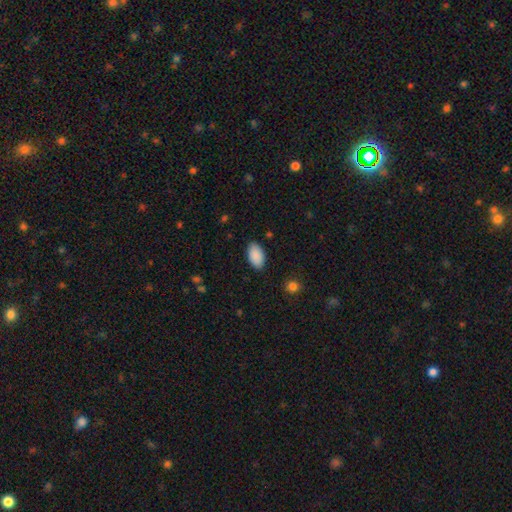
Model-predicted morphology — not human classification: smooth 90%, star or artifact 7%, featured or disk 3%. Down the decision tree: how rounded — in between (95%); merging — none (87%).